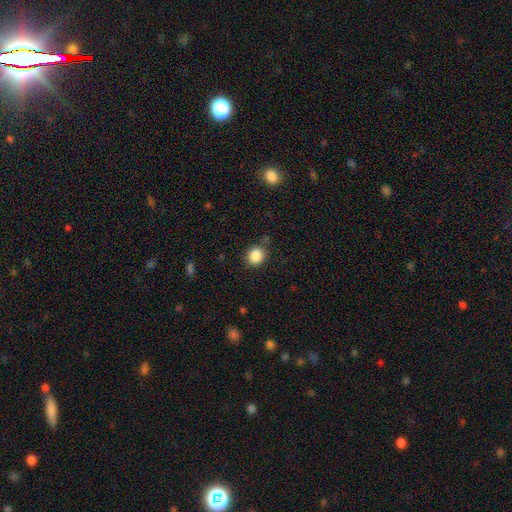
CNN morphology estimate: Smooth or featured? Predicted: smooth (p=0.86). How rounded? Predicted: round (p=0.82). Merging? Predicted: none (p=0.83).